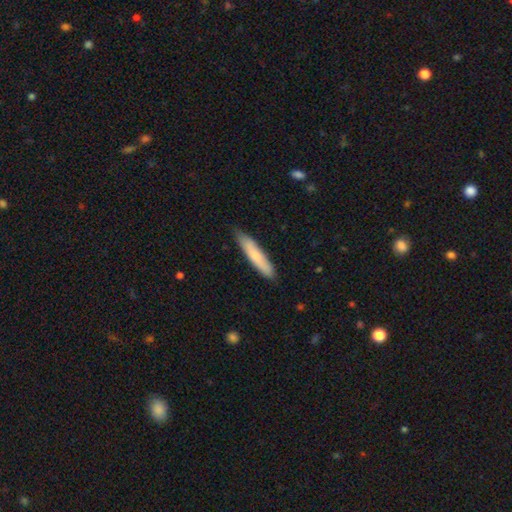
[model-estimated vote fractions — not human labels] Smooth or featured?
  - smooth: 75% *
  - featured or disk: 19%
  - star or artifact: 5%
How rounded?
  - cigar-shaped: 86% *
  - in between: 13%
  - round: 1%
Merging?
  - none: 82% *
  - minor disturbance: 15%
  - major disturbance: 2%
  - merger: 1%